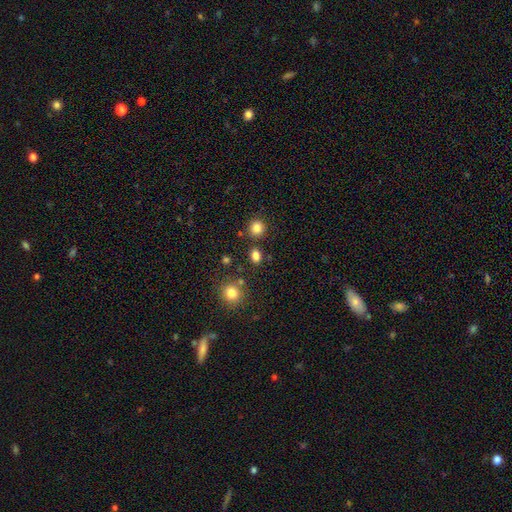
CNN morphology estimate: Smooth or featured? Predicted: smooth (p=0.83). How rounded? Predicted: in between (p=0.53). Merging? Predicted: none (p=0.81).